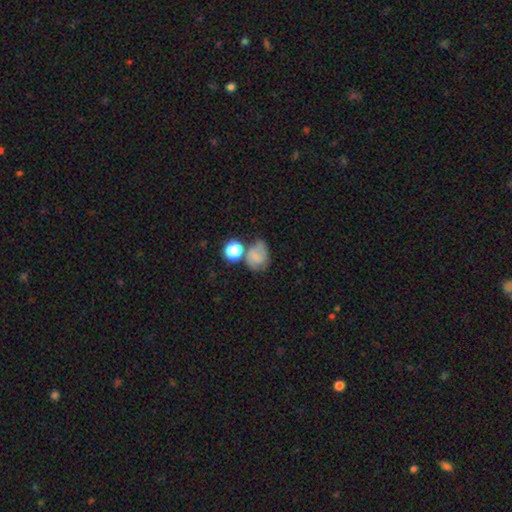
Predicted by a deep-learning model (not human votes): Overall: smooth (53%; featured or disk 34%). How rounded: round (52%; in between 46%). Merging: none (42%; minor disturbance 24%).